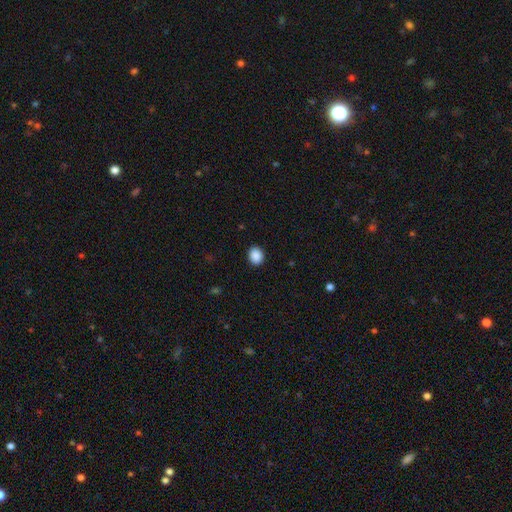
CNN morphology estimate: Smooth or featured? Predicted: smooth (p=0.89). How rounded? Predicted: round (p=0.66). Merging? Predicted: none (p=0.91).